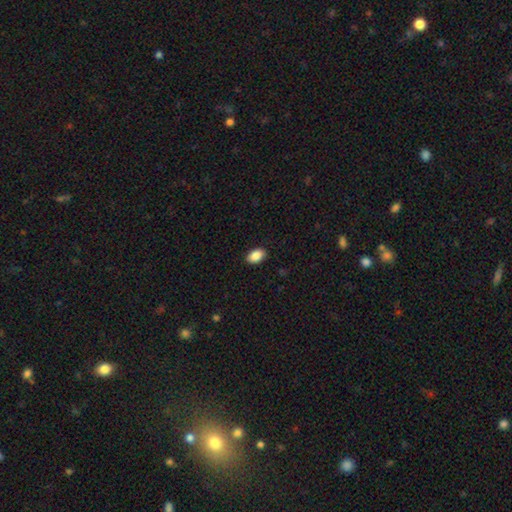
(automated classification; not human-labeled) smooth-or-featured: smooth: 89% | star or artifact: 7% | featured or disk: 4%
  how-rounded: in between: 90% | round: 9% | cigar-shaped: 1%
  merging: none: 90% | minor disturbance: 7% | major disturbance: 2% | merger: 1%